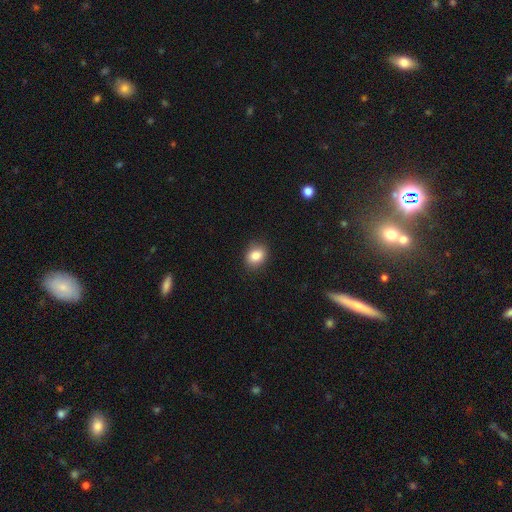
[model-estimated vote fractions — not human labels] A smooth galaxy with no disk features (85%) that is in between round and cigar-shaped (56%). Merging: none (87%).